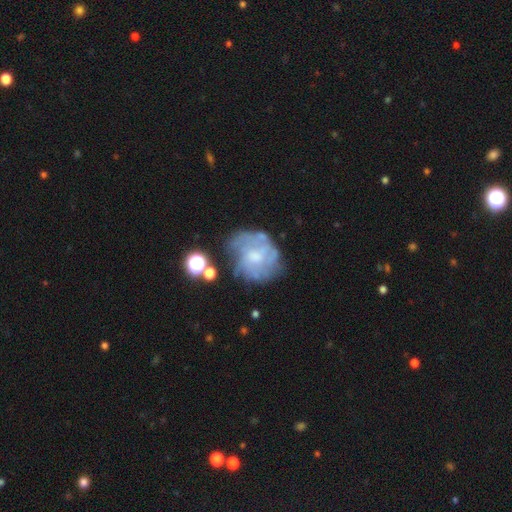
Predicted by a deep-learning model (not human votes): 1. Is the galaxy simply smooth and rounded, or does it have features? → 64% featured or disk, 25% smooth, 11% star or artifact.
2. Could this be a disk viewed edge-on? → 98% no, 2% yes.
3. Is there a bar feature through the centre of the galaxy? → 65% no, 30% weak, 5% strong.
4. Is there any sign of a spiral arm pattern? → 62% yes, 38% no.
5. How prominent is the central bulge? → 43% moderate, 32% small, 19% none, 5% large, 1% dominant.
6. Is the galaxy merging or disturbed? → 52% none, 23% minor disturbance, 19% major disturbance, 6% merger.